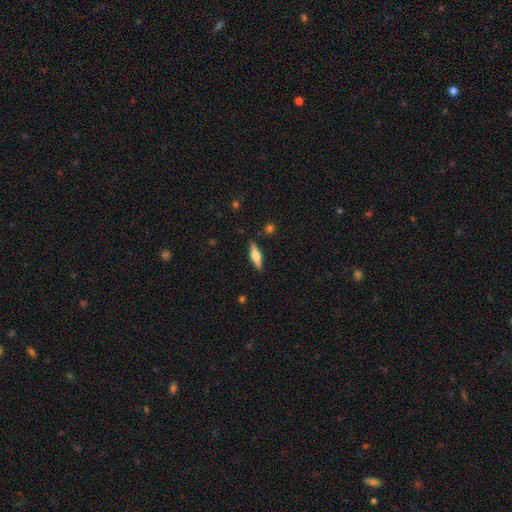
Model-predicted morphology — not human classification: The model was most divided on "smooth or featured": smooth: 50%, featured or disk: 44%, star or artifact: 6%. More confident: merging — none (87%).